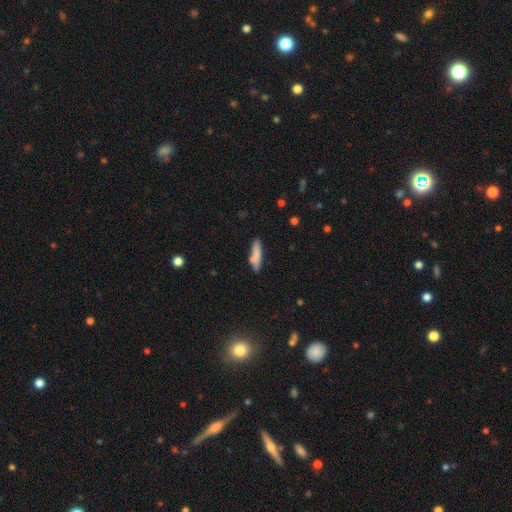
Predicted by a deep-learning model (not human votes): smooth-or-featured: smooth: 75% | featured or disk: 19% | star or artifact: 7%
  how-rounded: cigar-shaped: 81% | in between: 18% | round: 2%
  merging: none: 71% | minor disturbance: 16% | merger: 9% | major disturbance: 4%